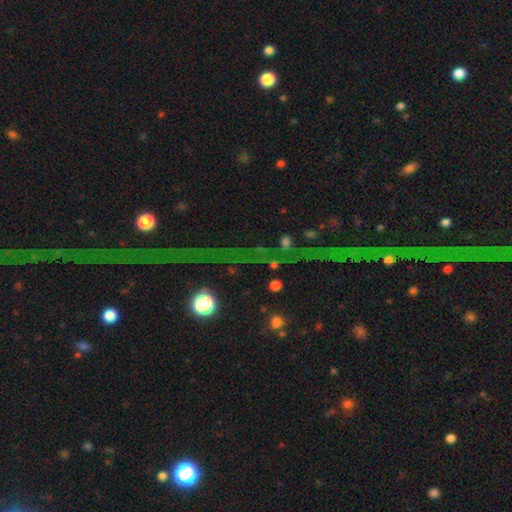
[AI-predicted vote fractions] A star or artifact, not a galaxy (80%).